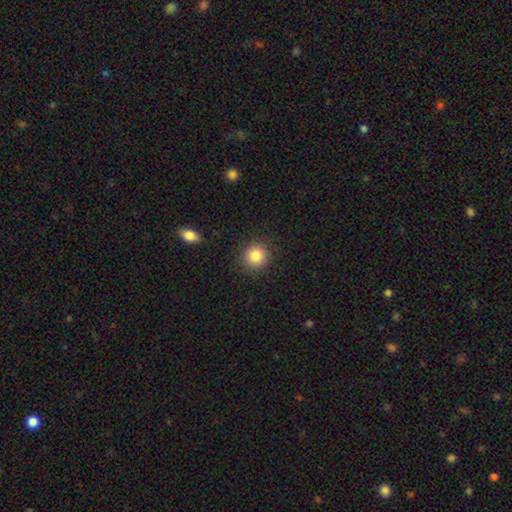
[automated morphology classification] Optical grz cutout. It shows a smooth galaxy with no disk features (84%) that is round (90%). Merging: none (89%).